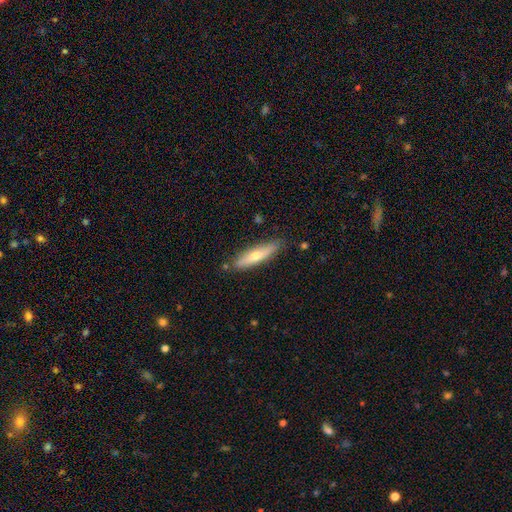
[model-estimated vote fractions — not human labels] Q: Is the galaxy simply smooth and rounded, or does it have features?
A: smooth — 57%.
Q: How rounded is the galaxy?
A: cigar-shaped — 77%.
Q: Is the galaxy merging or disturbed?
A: none — 83%.